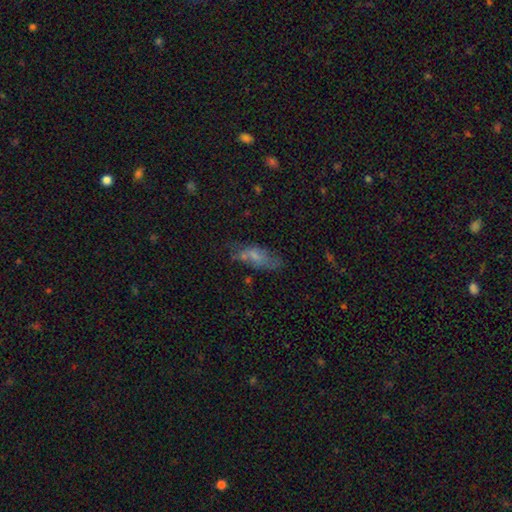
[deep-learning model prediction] A smooth galaxy with no disk features (56%) that is in between round and cigar-shaped (63%). Merging: none (55%).